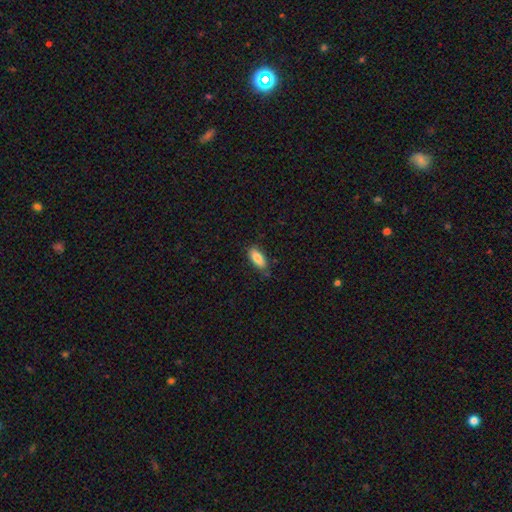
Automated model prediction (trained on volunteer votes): Q: Smooth or featured?
A: smooth (83%); runner-up: featured or disk (10%)
Q: How rounded?
A: in between (80%); runner-up: cigar-shaped (18%)
Q: Merging?
A: none (82%); runner-up: minor disturbance (14%)